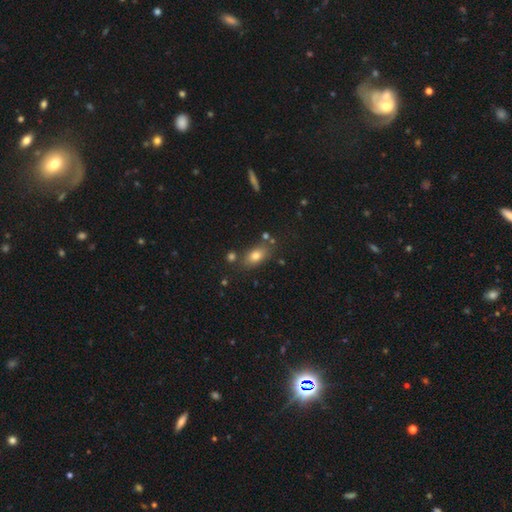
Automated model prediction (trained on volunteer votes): smooth 77%, featured or disk 12%, star or artifact 10%. Down the decision tree: how rounded — in between (83%); merging — none (73%).